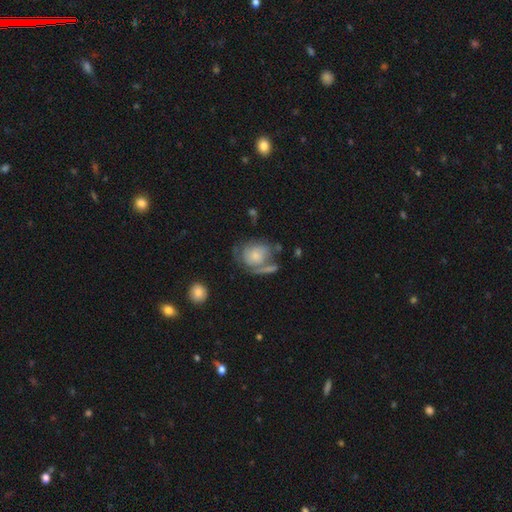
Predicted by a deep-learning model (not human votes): Q: Smooth or featured?
A: smooth (50%); runner-up: featured or disk (43%)
Q: Merging?
A: none (38%); runner-up: minor disturbance (23%)